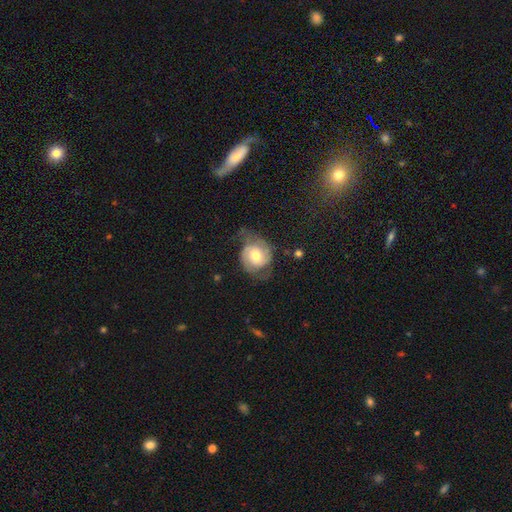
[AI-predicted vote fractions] Morphology: type=featured or disk (67%); edge-on=no (97%); bar=no (60%); spiral arms=yes (89%); winding=medium (42%); arm count=2 (82%); bulge=moderate (69%); merging=none (54%).